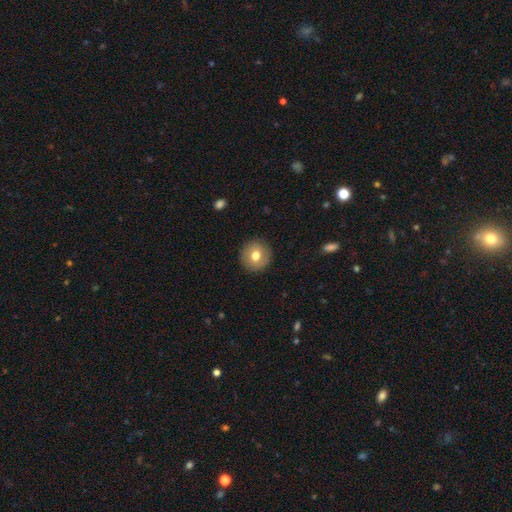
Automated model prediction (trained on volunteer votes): Q: Smooth or featured?
A: smooth (74%); runner-up: featured or disk (17%)
Q: How rounded?
A: round (95%); runner-up: in between (4%)
Q: Merging?
A: none (91%); runner-up: minor disturbance (6%)